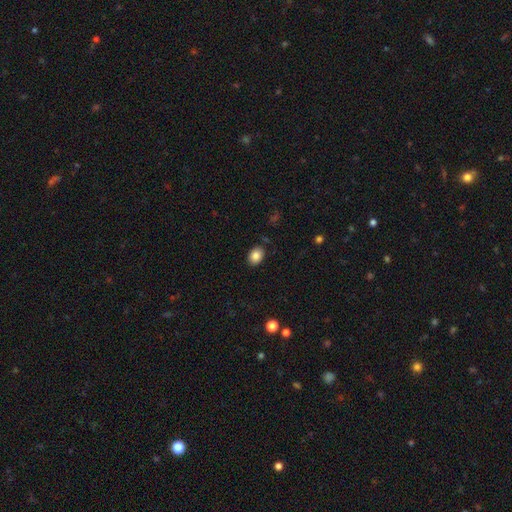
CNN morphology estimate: smooth-or-featured: smooth: 86% | star or artifact: 9% | featured or disk: 6%
  how-rounded: in between: 66% | round: 33% | cigar-shaped: 1%
  merging: none: 87% | minor disturbance: 9% | major disturbance: 2% | merger: 2%